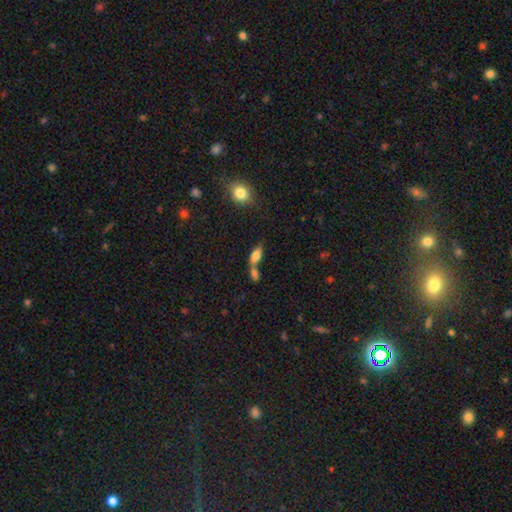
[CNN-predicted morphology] This is likely a smooth galaxy (74%). How rounded: likely in between (78%). Merging: possibly merger (49%).